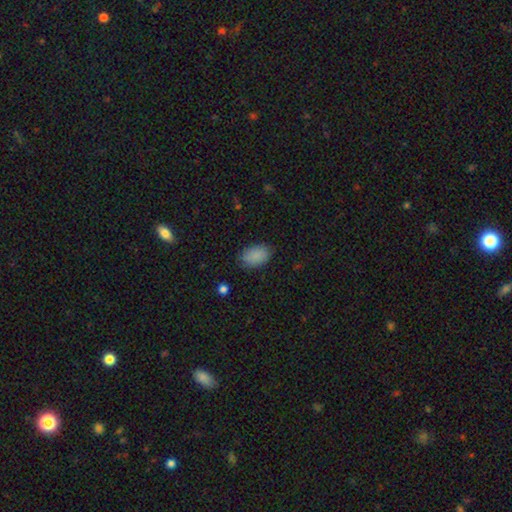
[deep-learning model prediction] smooth-or-featured: smooth: 88% | star or artifact: 8% | featured or disk: 5%
  how-rounded: in between: 88% | round: 11% | cigar-shaped: 1%
  merging: none: 81% | minor disturbance: 14% | major disturbance: 3% | merger: 1%